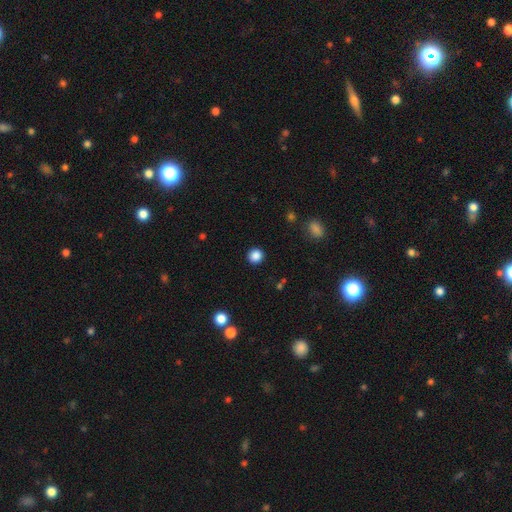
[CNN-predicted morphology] smooth_or_featured: smooth (p=0.86) [alt: star or artifact p=0.11]
how_rounded: round (p=0.92) [alt: in between p=0.08]
merging: none (p=0.91) [alt: minor disturbance p=0.05]